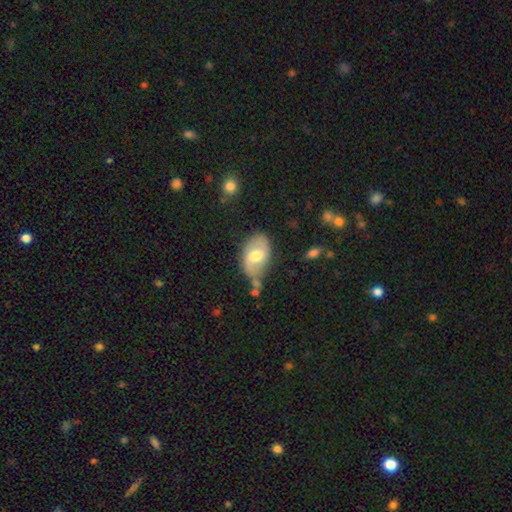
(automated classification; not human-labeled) The model was most divided on "smooth or featured": featured or disk: 51%, smooth: 43%, star or artifact: 6%. More confident: edge-on disk — no (95%); merging — none (61%).